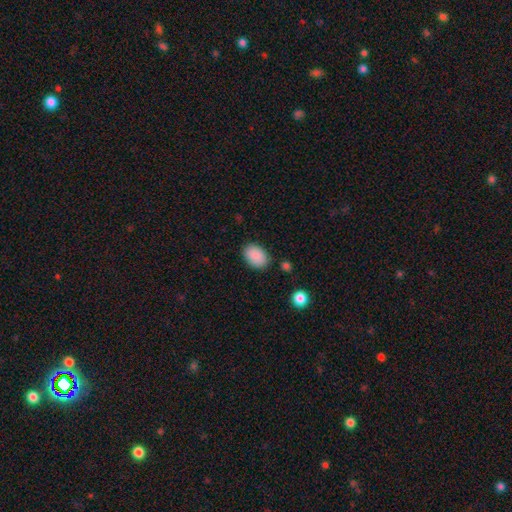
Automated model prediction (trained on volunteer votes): A smooth galaxy with no disk features (89%) that is in between round and cigar-shaped (86%). Merging: none (84%).